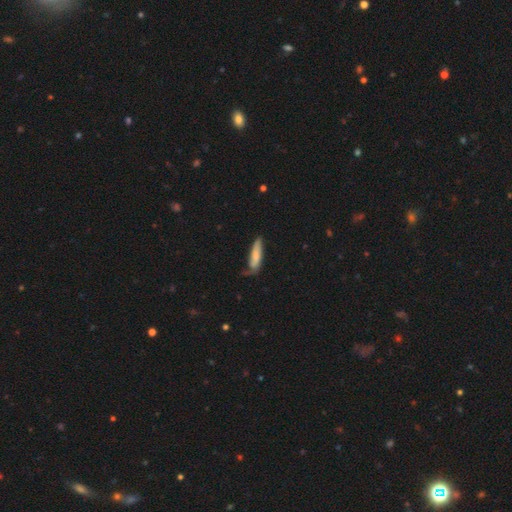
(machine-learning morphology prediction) Smooth or featured? smooth (69%)
How rounded? cigar-shaped (64%)
Merging? none (47%)